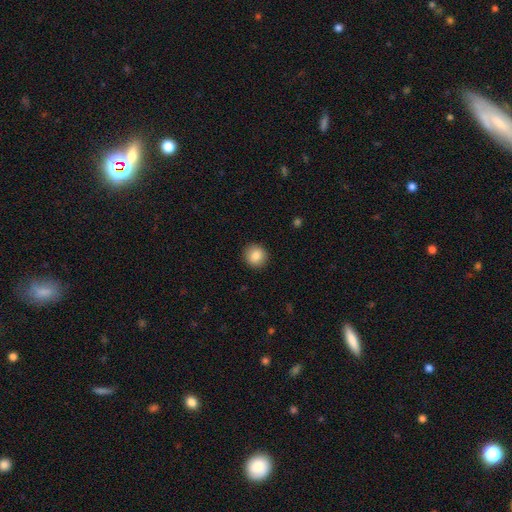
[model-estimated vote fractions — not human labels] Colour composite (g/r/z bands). It shows a smooth galaxy with no disk features (86%) that is round (90%). Merging: none (91%).